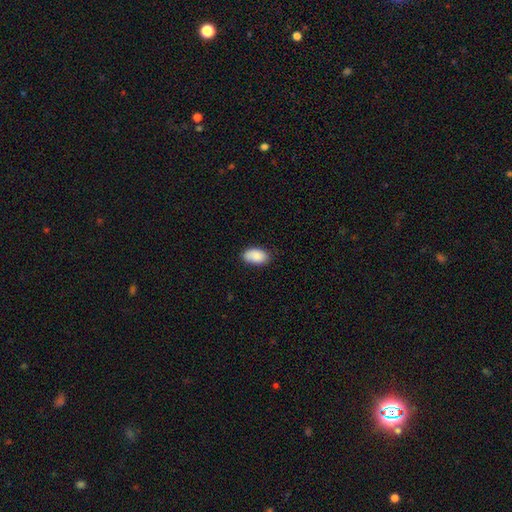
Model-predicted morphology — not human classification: Smooth or featured?
  - smooth: 87% *
  - star or artifact: 7%
  - featured or disk: 6%
How rounded?
  - in between: 94% *
  - round: 5%
  - cigar-shaped: 1%
Merging?
  - none: 78% *
  - minor disturbance: 18%
  - major disturbance: 3%
  - merger: 1%